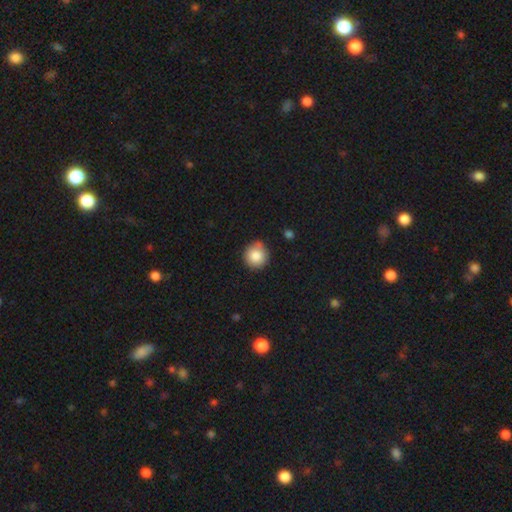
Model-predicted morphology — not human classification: smooth_or_featured: smooth (p=0.85) [alt: star or artifact p=0.09]
how_rounded: round (p=0.92) [alt: in between p=0.07]
merging: none (p=0.80) [alt: minor disturbance p=0.14]